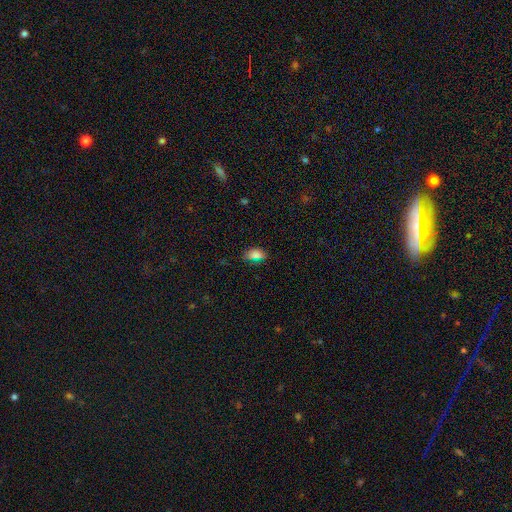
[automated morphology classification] smooth_or_featured: smooth (p=0.81) [alt: star or artifact p=0.14]
how_rounded: in between (p=0.90) [alt: round p=0.06]
merging: none (p=0.73) [alt: minor disturbance p=0.20]